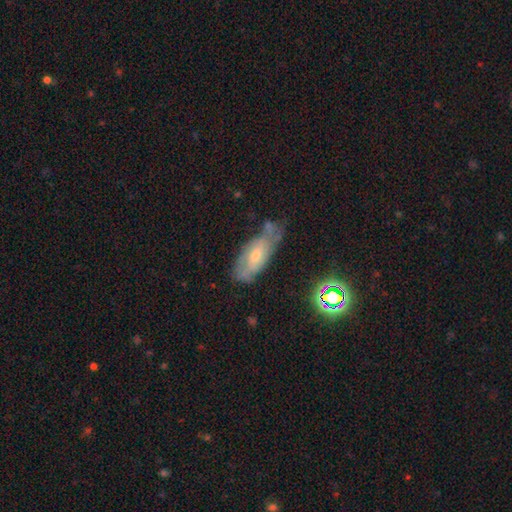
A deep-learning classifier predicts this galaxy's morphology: Smooth or featured? Predicted: featured or disk (p=0.55). Edge-on disk? Predicted: no (p=0.83). Merging? Predicted: none (p=0.51).